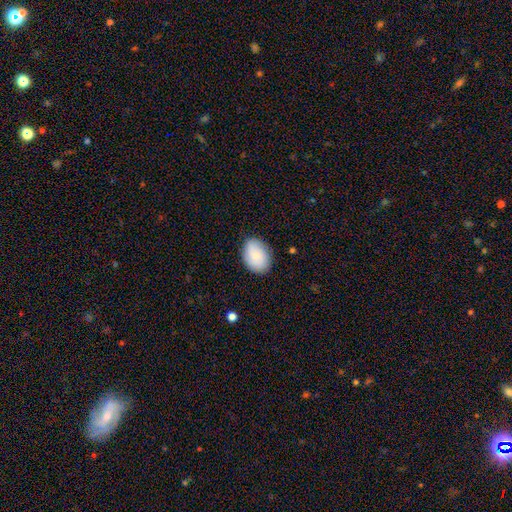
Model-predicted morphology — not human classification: type=smooth (81%); roundness=in between (79%); merging=none (83%).